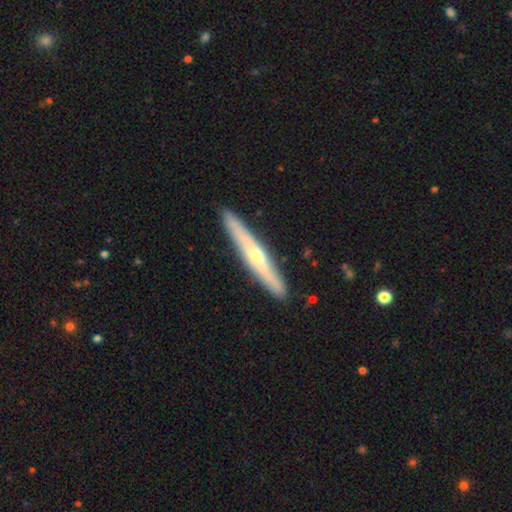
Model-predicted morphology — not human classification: This is likely a featured or disk galaxy (61%). It is clearly viewed edge-on (94%). Edge-on bulge: likely rounded (79%). Merging: clearly none (91%).